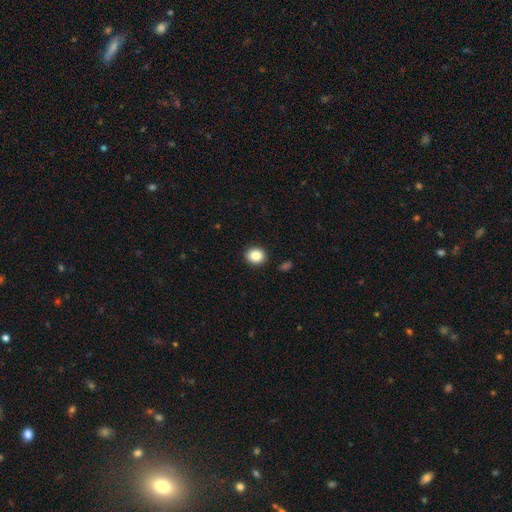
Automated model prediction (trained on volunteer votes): A smooth galaxy with no disk features (87%) that is round (77%). Merging: none (91%).